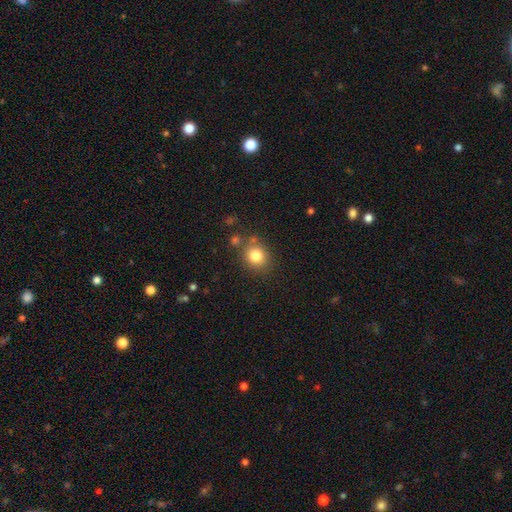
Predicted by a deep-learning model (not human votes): Smooth or featured: smooth — 82% (star or artifact — 11%)
How rounded: round — 81% (in between — 18%)
Merging: none — 77% (minor disturbance — 12%)